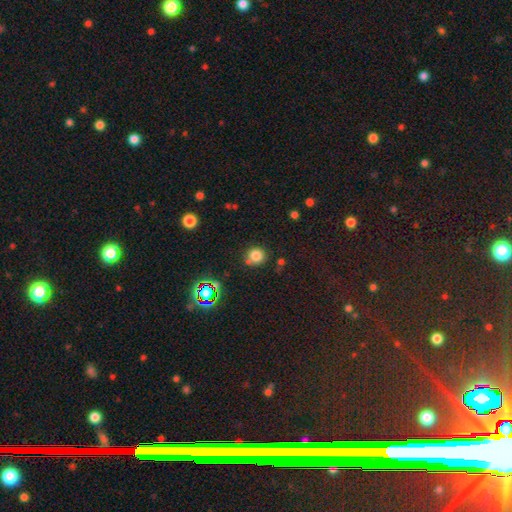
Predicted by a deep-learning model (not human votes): Smooth or featured: smooth — 77% (star or artifact — 16%)
How rounded: round — 89% (in between — 10%)
Merging: none — 75% (minor disturbance — 13%)